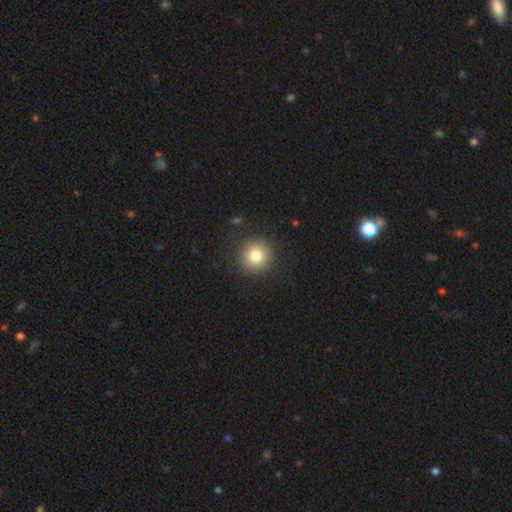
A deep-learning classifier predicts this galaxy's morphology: A smooth galaxy with no disk features (82%) that is round (94%). Merging: none (90%).